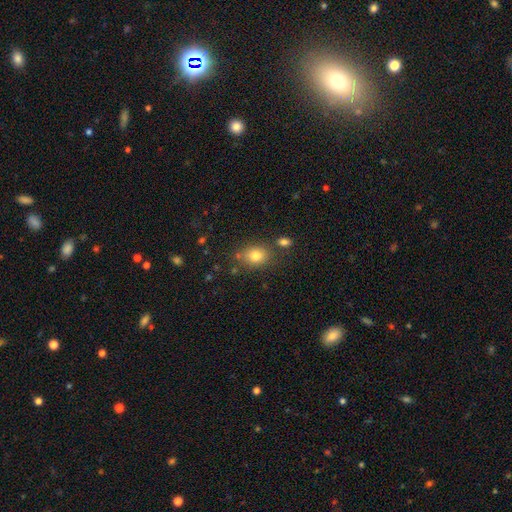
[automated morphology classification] Smooth or featured: smooth — 80% (star or artifact — 12%)
How rounded: round — 50% (in between — 49%)
Merging: none — 73% (minor disturbance — 14%)